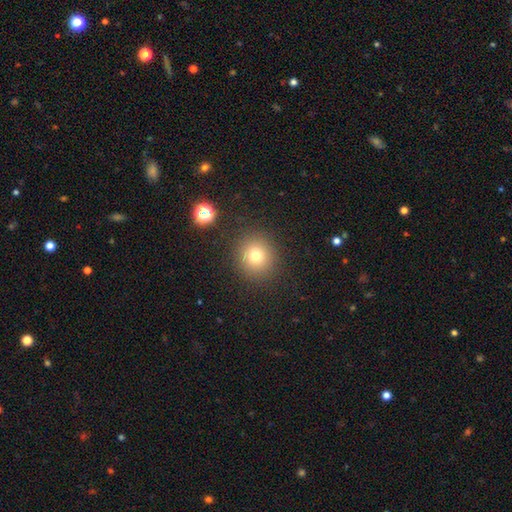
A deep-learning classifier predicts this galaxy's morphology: type=smooth (75%); roundness=round (91%); merging=none (88%).